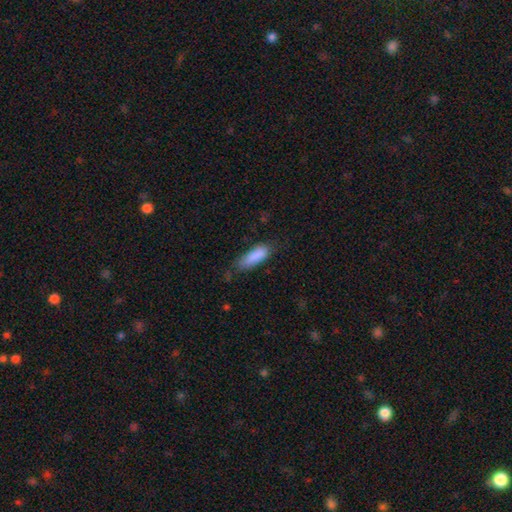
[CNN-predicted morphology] Smooth or featured? Predicted: smooth (p=0.86). How rounded? Predicted: in between (p=0.60). Merging? Predicted: none (p=0.59).